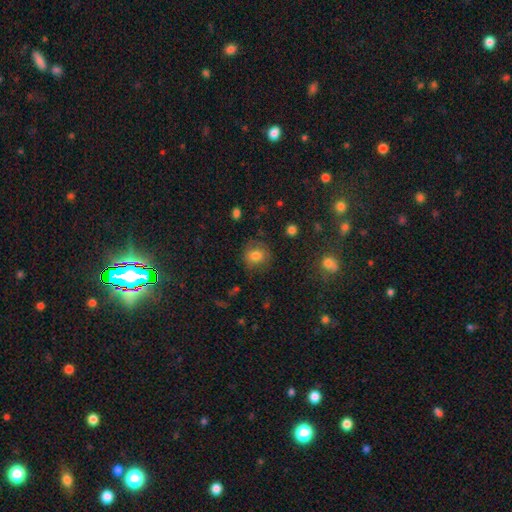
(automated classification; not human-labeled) smooth 76%, featured or disk 13%, star or artifact 12%. Down the decision tree: how rounded — round (83%); merging — none (76%).